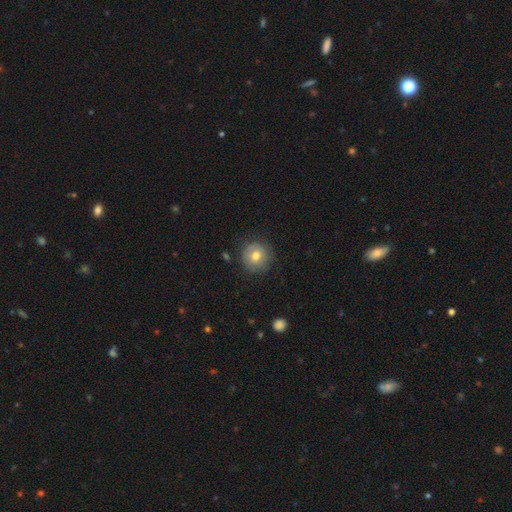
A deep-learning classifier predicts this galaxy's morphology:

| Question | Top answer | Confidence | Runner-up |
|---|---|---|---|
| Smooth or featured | smooth | 67% | featured or disk (24%) |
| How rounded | round | 92% | in between (7%) |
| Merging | none | 75% | minor disturbance (18%) |